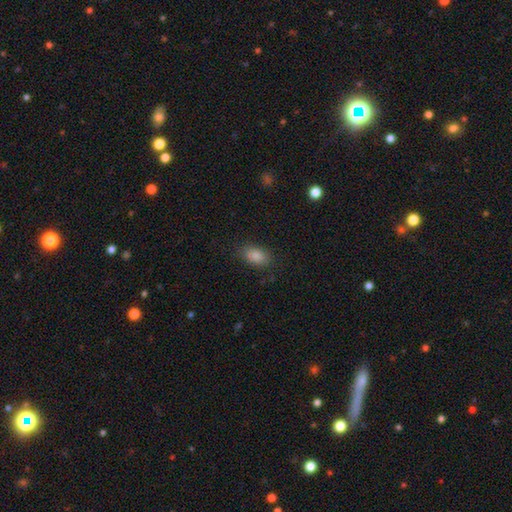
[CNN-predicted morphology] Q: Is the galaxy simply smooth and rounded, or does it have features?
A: smooth — 86%.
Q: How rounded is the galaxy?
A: in between — 88%.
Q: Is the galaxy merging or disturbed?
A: none — 82%.